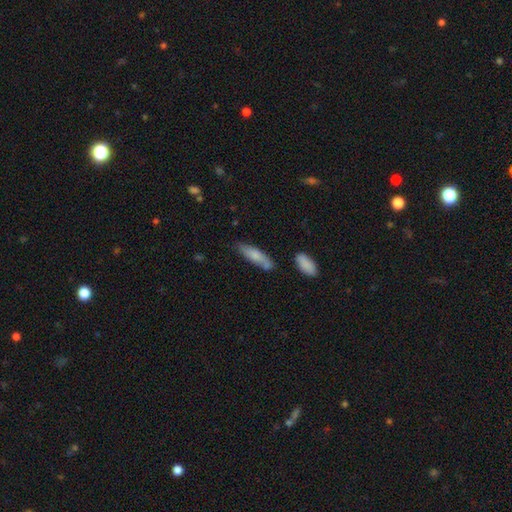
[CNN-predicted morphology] smooth-or-featured: smooth: 73% | featured or disk: 21% | star or artifact: 6%
  how-rounded: cigar-shaped: 58% | in between: 40% | round: 2%
  merging: none: 62% | minor disturbance: 22% | merger: 12% | major disturbance: 5%